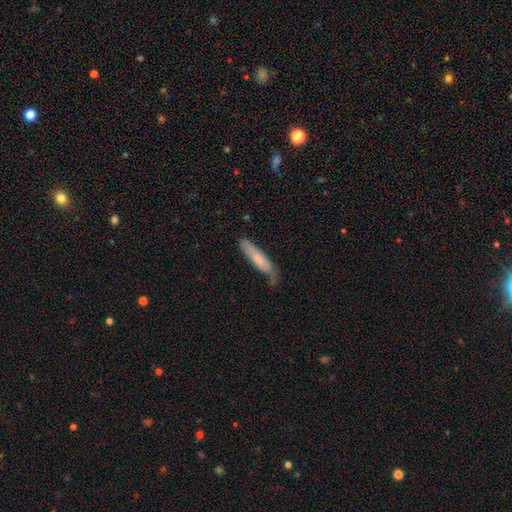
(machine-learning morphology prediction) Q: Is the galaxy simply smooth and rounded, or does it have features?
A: smooth — 58%.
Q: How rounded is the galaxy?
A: cigar-shaped — 83%.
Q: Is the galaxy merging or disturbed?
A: none — 66%.